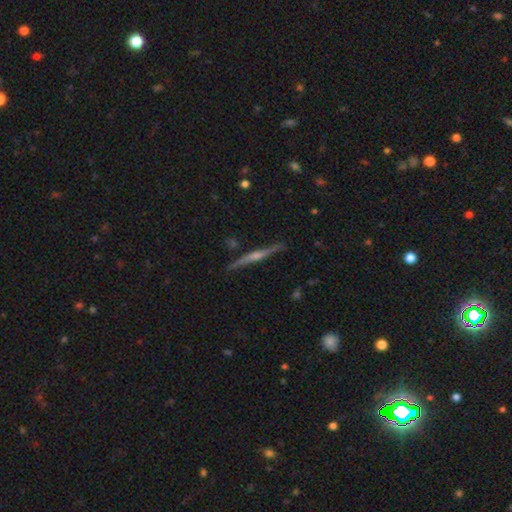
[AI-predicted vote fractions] featured or disk 78%, smooth 15%, star or artifact 7%. Down the decision tree: edge-on disk — yes (98%); edge-on bulge — rounded (75%); merging — none (88%).